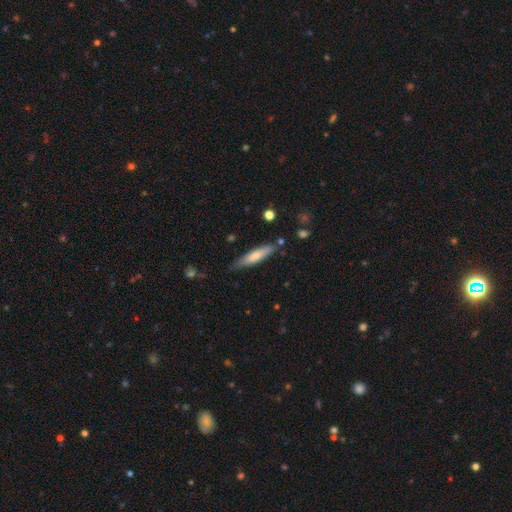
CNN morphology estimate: type=smooth (68%); roundness=cigar-shaped (82%); merging=none (77%).